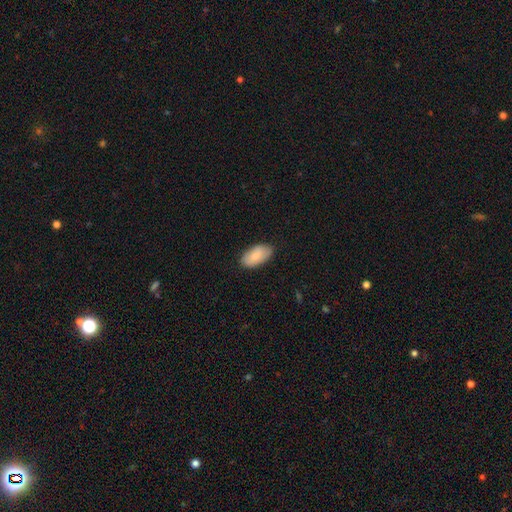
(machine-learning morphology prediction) smooth_or_featured: smooth (p=0.77) [alt: featured or disk p=0.17]
how_rounded: in between (p=0.95) [alt: round p=0.03]
merging: none (p=0.82) [alt: minor disturbance p=0.15]